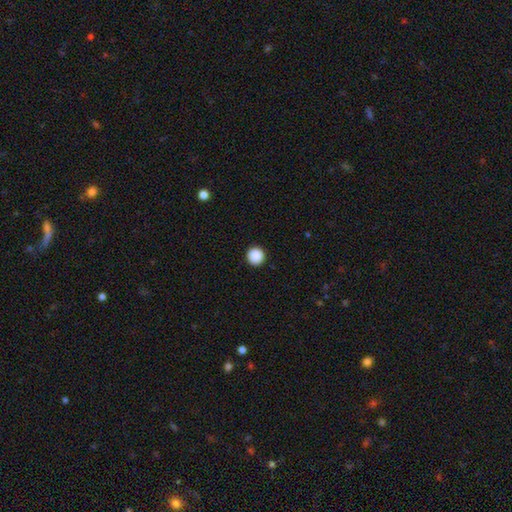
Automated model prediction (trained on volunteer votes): Q: Smooth or featured?
A: smooth (89%); runner-up: star or artifact (9%)
Q: How rounded?
A: round (96%); runner-up: in between (3%)
Q: Merging?
A: none (93%); runner-up: minor disturbance (4%)